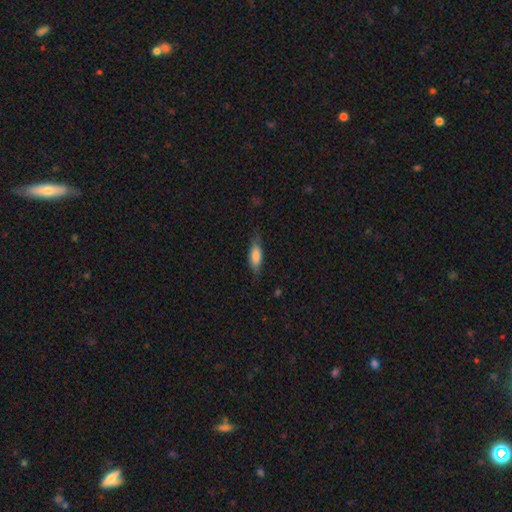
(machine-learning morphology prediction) type=smooth (78%); roundness=in between (58%); merging=none (73%).